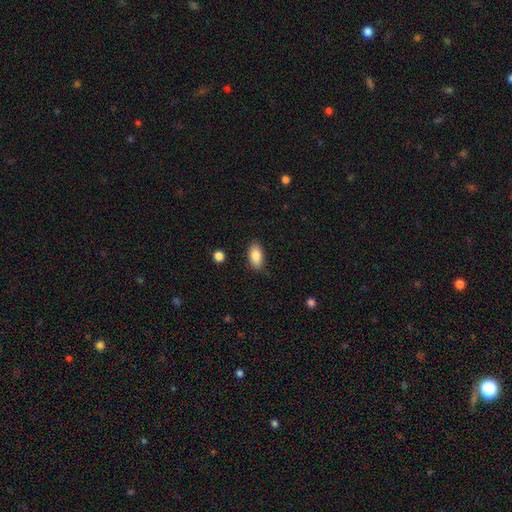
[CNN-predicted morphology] Overall: smooth (85%). How rounded: in between (91%). Merging: none (84%).